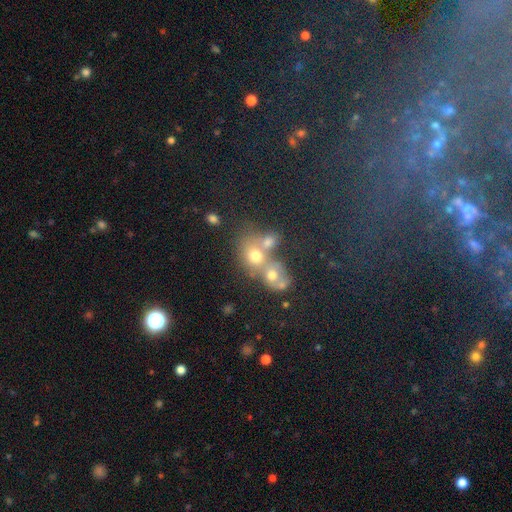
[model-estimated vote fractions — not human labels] smooth_or_featured: smooth (p=0.63) [alt: featured or disk p=0.21]
how_rounded: round (p=0.61) [alt: in between p=0.37]
merging: merger (p=0.54) [alt: none p=0.31]